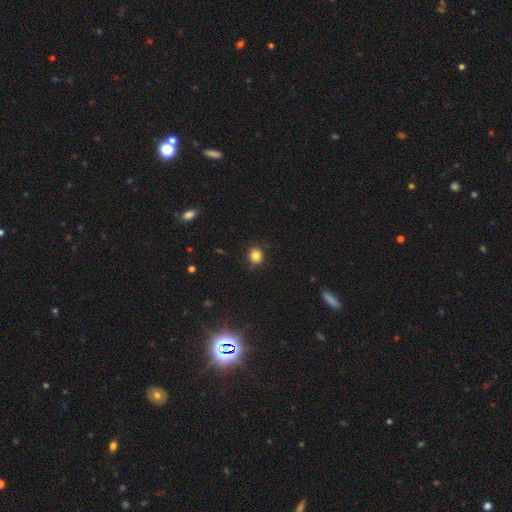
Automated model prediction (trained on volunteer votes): The model was most divided on "how rounded": round: 81%, in between: 18%, cigar-shaped: 1%. More confident: merging — none (83%); smooth or featured — smooth (82%).